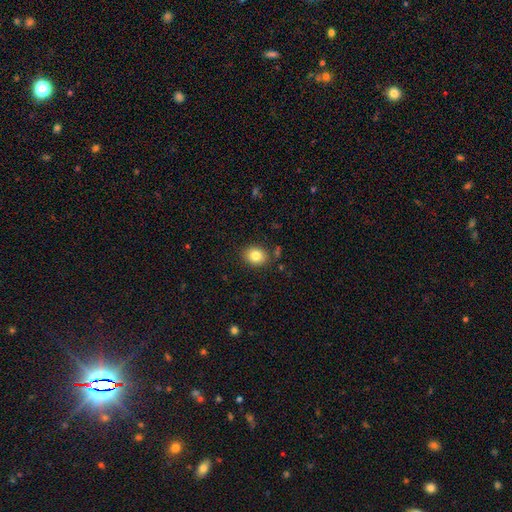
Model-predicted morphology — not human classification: This is clearly a smooth galaxy (83%). How rounded: possibly round (50%). Merging: clearly none (85%).